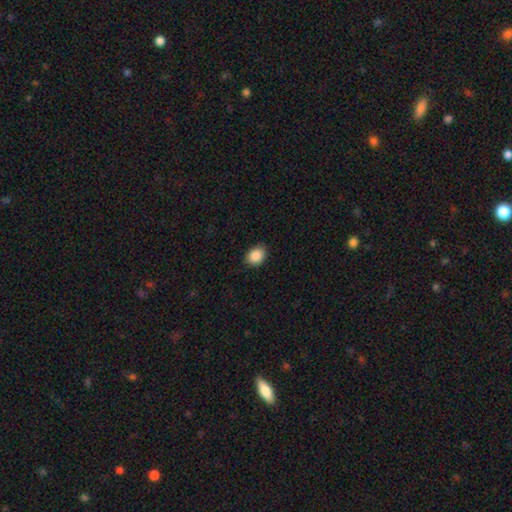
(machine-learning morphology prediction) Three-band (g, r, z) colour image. It shows a smooth galaxy with no disk features (88%) that is in between round and cigar-shaped (58%). Merging: none (86%).